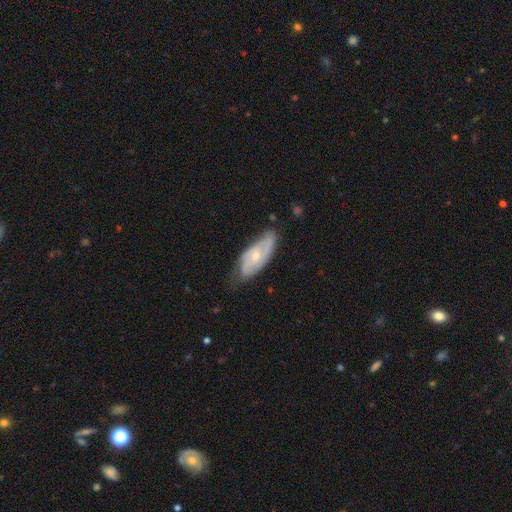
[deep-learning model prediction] Smooth or featured: featured or disk — 62% (smooth — 32%)
Edge-on disk: no — 87% (yes — 13%)
Bar: no — 61% (weak — 32%)
Spiral arms: yes — 81% (no — 19%)
Bulge size: small — 61% (moderate — 35%)
Merging: none — 62% (minor disturbance — 29%)